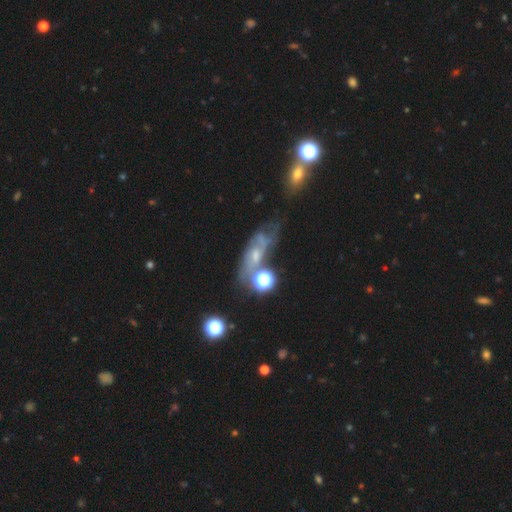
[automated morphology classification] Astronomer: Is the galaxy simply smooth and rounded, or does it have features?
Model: featured or disk — 54%.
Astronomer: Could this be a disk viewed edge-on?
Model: no — 80%.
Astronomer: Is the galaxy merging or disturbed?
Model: none — 46%.